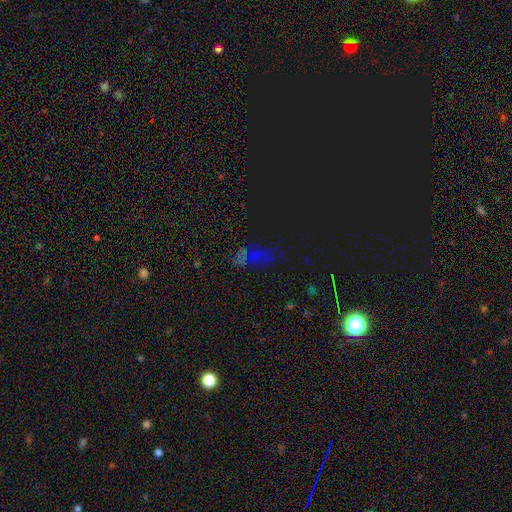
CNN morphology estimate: type=star or artifact (61%).